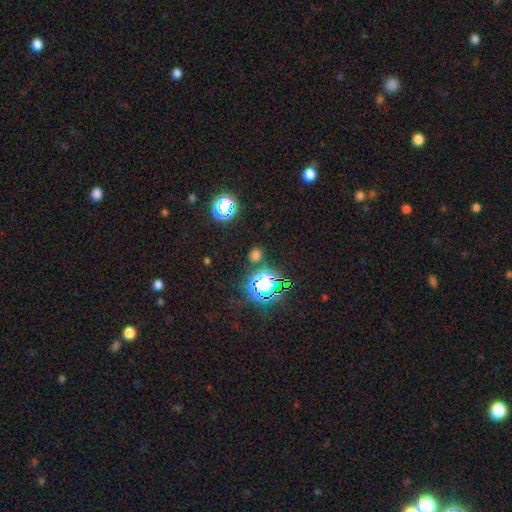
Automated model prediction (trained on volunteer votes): Smooth or featured? Predicted: smooth (p=0.52). How rounded? Predicted: round (p=0.76). Merging? Predicted: none (p=0.82).